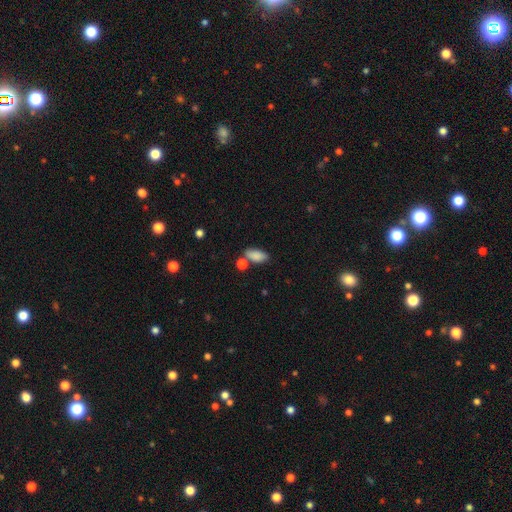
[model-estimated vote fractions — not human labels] Smooth or featured? Predicted: smooth (p=0.86). How rounded? Predicted: in between (p=0.87). Merging? Predicted: none (p=0.64).